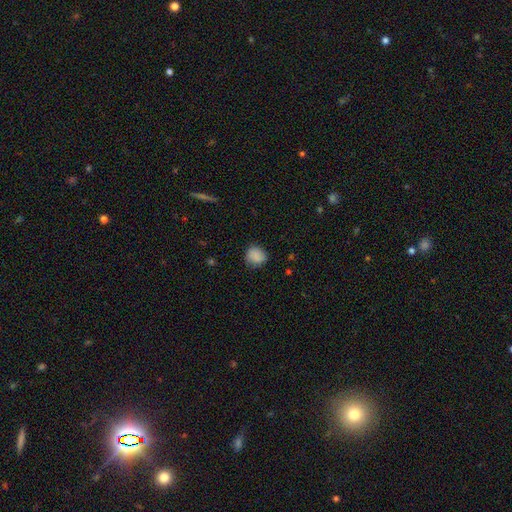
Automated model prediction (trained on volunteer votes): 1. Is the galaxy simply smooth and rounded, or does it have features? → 87% smooth, 9% star or artifact, 4% featured or disk.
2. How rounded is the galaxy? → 77% round, 22% in between, 1% cigar-shaped.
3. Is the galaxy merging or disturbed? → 80% none, 16% minor disturbance, 3% major disturbance, 1% merger.